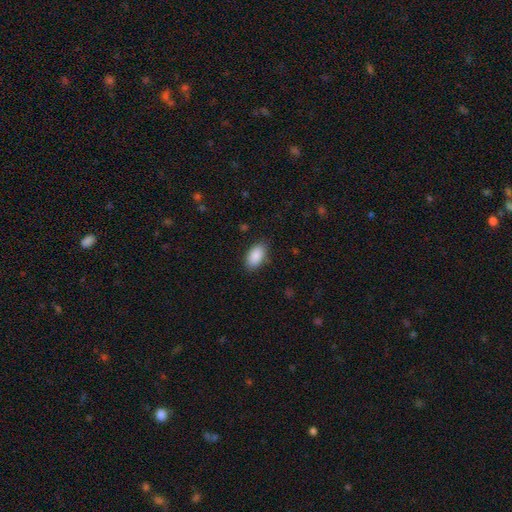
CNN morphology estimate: A smooth galaxy with no disk features (89%) that is in between round and cigar-shaped (94%).

Vote fractions:
- Smooth or featured? smooth: 89% / star or artifact: 7% / featured or disk: 4%
- How rounded? in between: 94% / round: 4% / cigar-shaped: 2%
- Merging? none: 84% / minor disturbance: 12% / major disturbance: 3% / merger: 1%